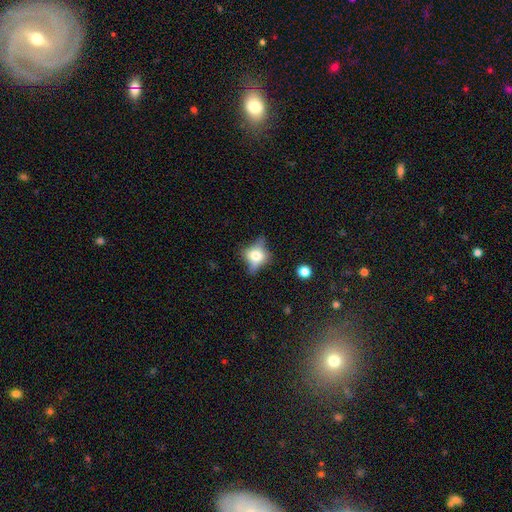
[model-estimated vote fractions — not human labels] featured or disk 47%, smooth 41%, star or artifact 13%. Down the decision tree: merging — none (63%).